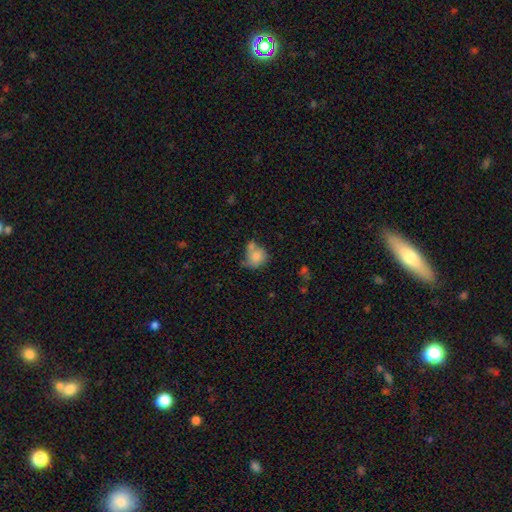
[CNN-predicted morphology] This is likely a smooth galaxy (78%). How rounded: likely round (74%). Merging: marginally none (36%).